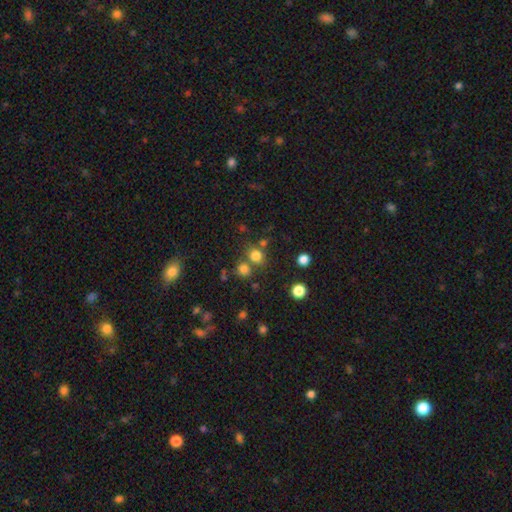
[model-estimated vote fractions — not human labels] This appears to be a smooth galaxy with no disk features (76%) that is round (80%). Merging: none (65%).